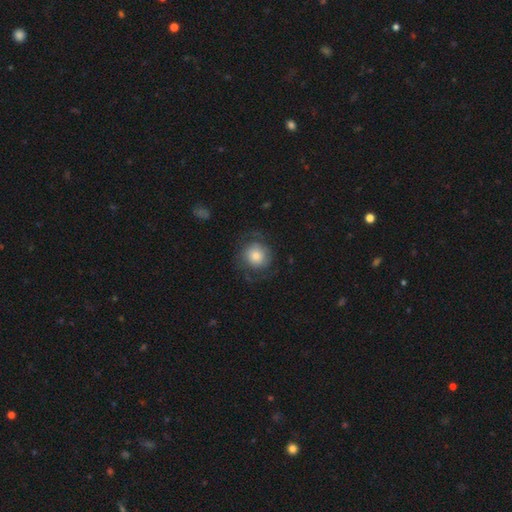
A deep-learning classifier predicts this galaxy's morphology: Smooth or featured? Predicted: smooth (p=0.53). How rounded? Predicted: round (p=0.88). Merging? Predicted: none (p=0.67).